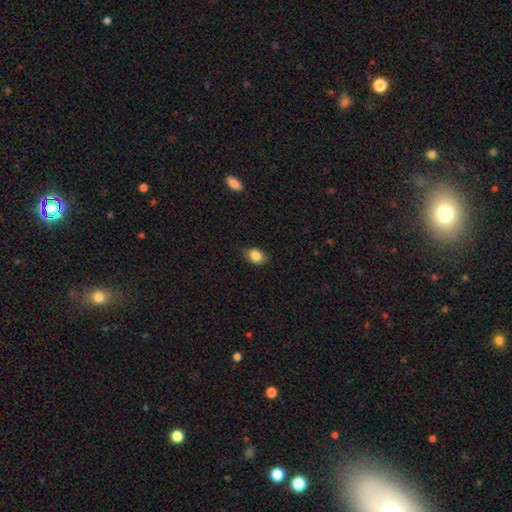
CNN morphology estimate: Smooth or featured?
  - smooth: 85% *
  - star or artifact: 8%
  - featured or disk: 7%
How rounded?
  - in between: 81% *
  - round: 17%
  - cigar-shaped: 1%
Merging?
  - none: 77% *
  - minor disturbance: 18%
  - major disturbance: 3%
  - merger: 1%